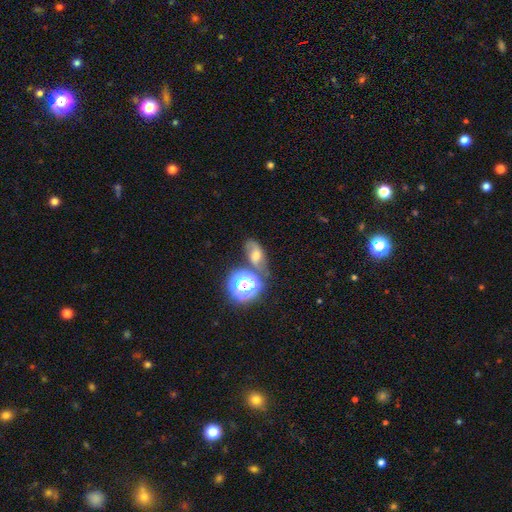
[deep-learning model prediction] A smooth galaxy with no disk features (45%).

Vote fractions:
- Smooth or featured? smooth: 45% / featured or disk: 30% / star or artifact: 25%
- Merging? none: 56% / minor disturbance: 18% / merger: 17% / major disturbance: 9%